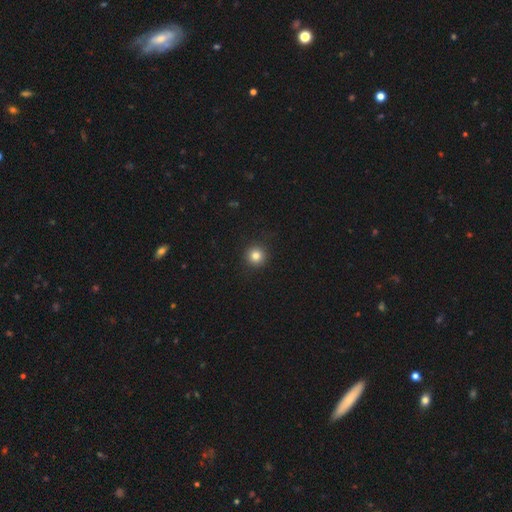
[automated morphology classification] smooth_or_featured: smooth (p=0.82) [alt: star or artifact p=0.12]
how_rounded: round (p=0.95) [alt: in between p=0.04]
merging: none (p=0.92) [alt: minor disturbance p=0.05]